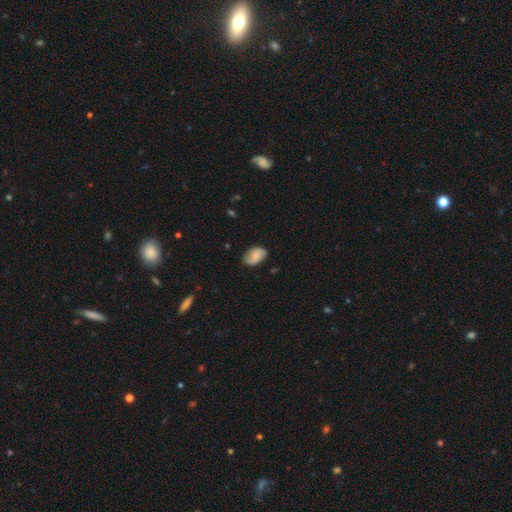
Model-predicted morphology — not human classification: smooth-or-featured: smooth: 66% | featured or disk: 27% | star or artifact: 8%
  how-rounded: in between: 87% | round: 11% | cigar-shaped: 1%
  merging: none: 76% | minor disturbance: 19% | major disturbance: 4% | merger: 1%